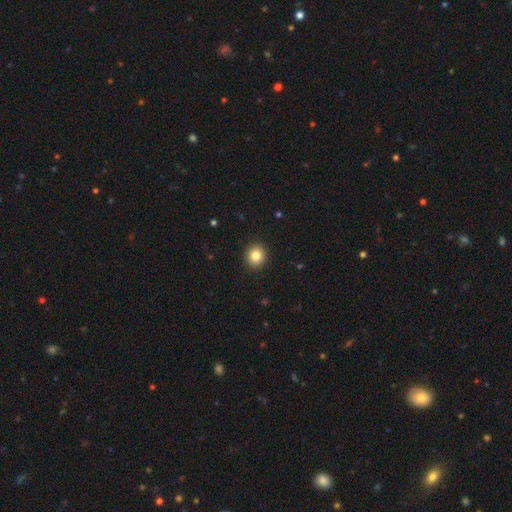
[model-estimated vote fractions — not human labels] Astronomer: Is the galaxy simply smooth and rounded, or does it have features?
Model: smooth — 83%.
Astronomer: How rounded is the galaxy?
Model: round — 85%.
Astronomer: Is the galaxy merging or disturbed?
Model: none — 92%.